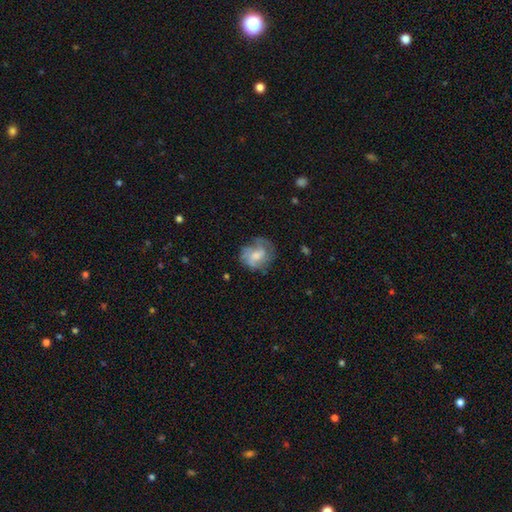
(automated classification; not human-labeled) smooth_or_featured: featured or disk (p=0.47) [alt: smooth p=0.45]
merging: none (p=0.56) [alt: minor disturbance p=0.24]